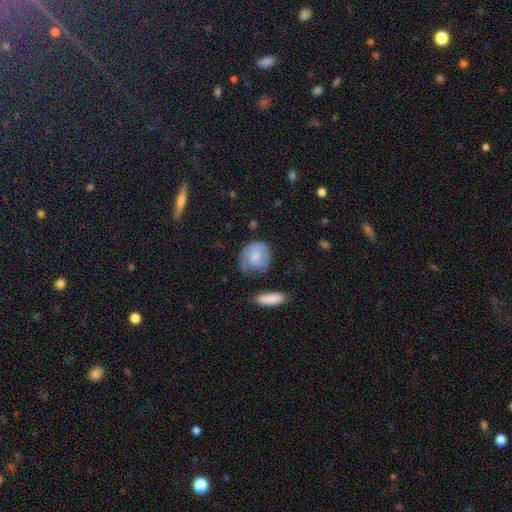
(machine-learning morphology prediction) smooth_or_featured: smooth (p=0.67) [alt: featured or disk p=0.27]
how_rounded: round (p=0.74) [alt: in between p=0.25]
merging: none (p=0.47) [alt: minor disturbance p=0.30]